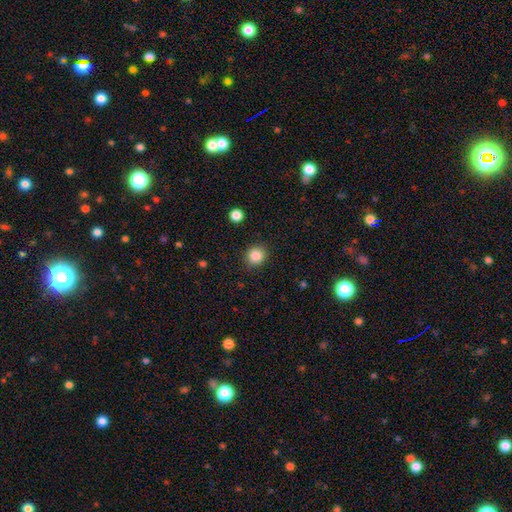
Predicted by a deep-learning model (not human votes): Q: Smooth or featured?
A: smooth (85%); runner-up: star or artifact (10%)
Q: How rounded?
A: round (85%); runner-up: in between (14%)
Q: Merging?
A: none (88%); runner-up: minor disturbance (8%)